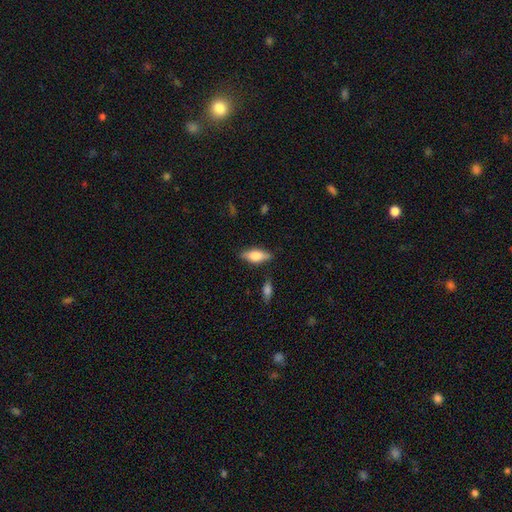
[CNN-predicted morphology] This is likely a smooth galaxy (65%). How rounded: likely in between (76%). Merging: clearly none (81%).